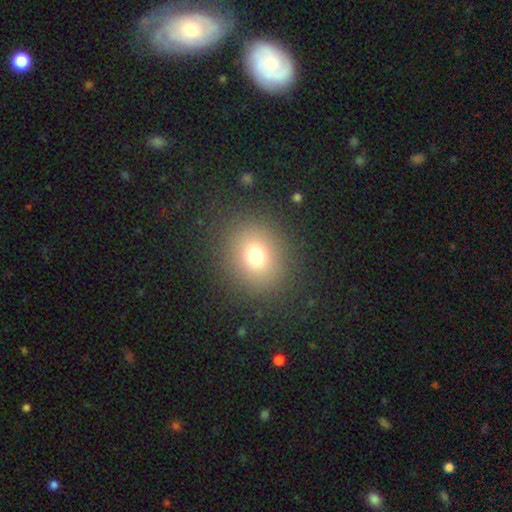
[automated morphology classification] Smooth or featured: smooth — 74% (star or artifact — 15%)
How rounded: round — 72% (in between — 27%)
Merging: none — 87% (minor disturbance — 7%)